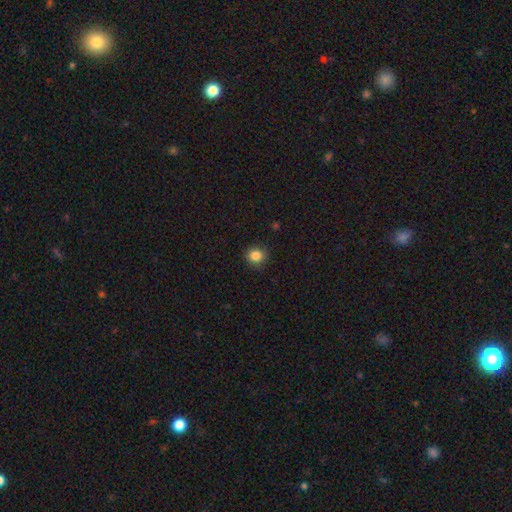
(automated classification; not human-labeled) This is clearly a smooth galaxy (85%). How rounded: clearly round (87%). Merging: clearly none (88%).